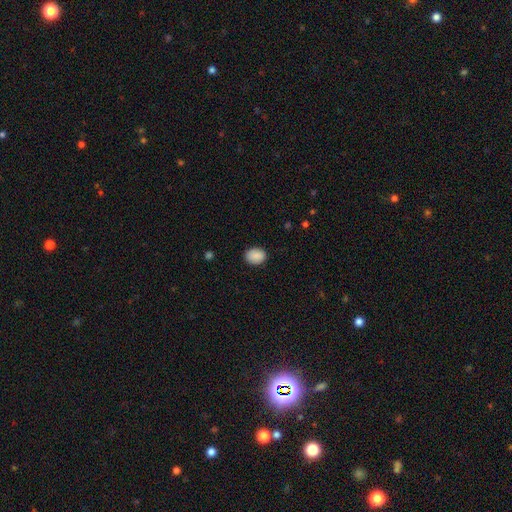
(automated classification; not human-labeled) Smooth or featured? smooth (90%)
How rounded? in between (62%)
Merging? none (86%)